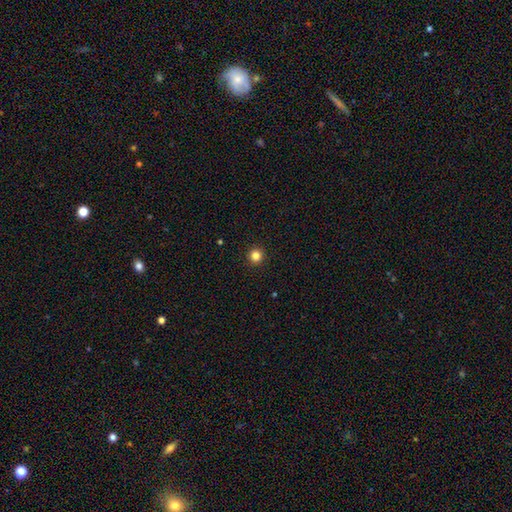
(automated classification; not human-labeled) Smooth or featured: smooth — 83% (star or artifact — 13%)
How rounded: round — 96% (in between — 3%)
Merging: none — 94% (minor disturbance — 4%)